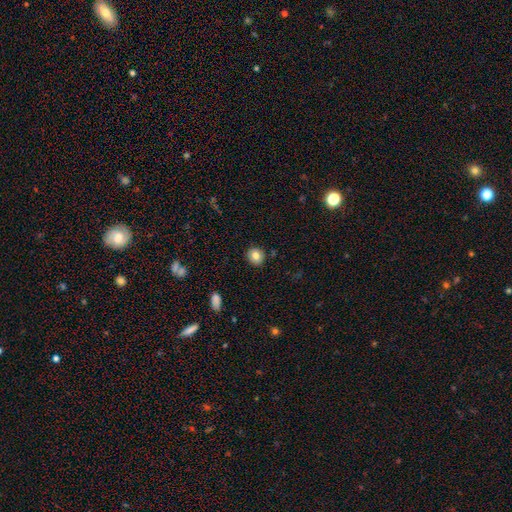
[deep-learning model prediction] smooth-or-featured: smooth: 81% | featured or disk: 10% | star or artifact: 9%
  how-rounded: round: 86% | in between: 13% | cigar-shaped: 1%
  merging: none: 90% | minor disturbance: 7% | major disturbance: 2% | merger: 2%